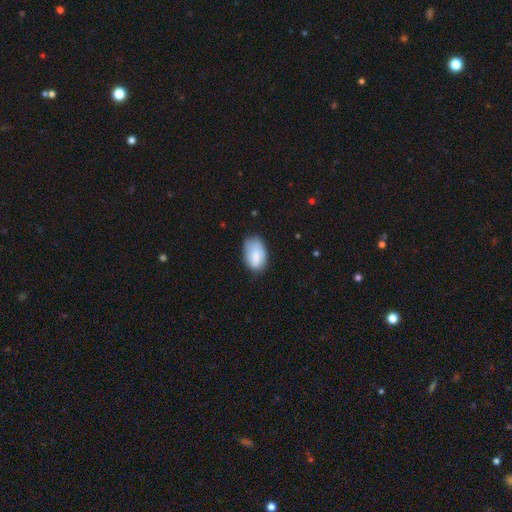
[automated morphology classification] This is likely a smooth galaxy (74%). How rounded: clearly in between (91%). Merging: possibly none (58%).